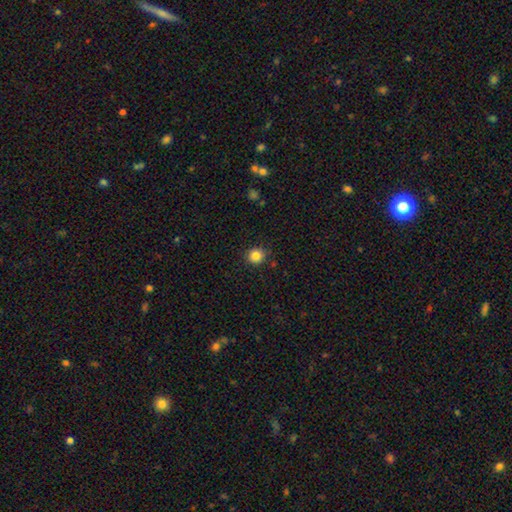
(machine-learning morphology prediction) The model was most divided on "smooth or featured": smooth: 85%, star or artifact: 11%, featured or disk: 4%. More confident: how rounded — round (91%); merging — none (88%).